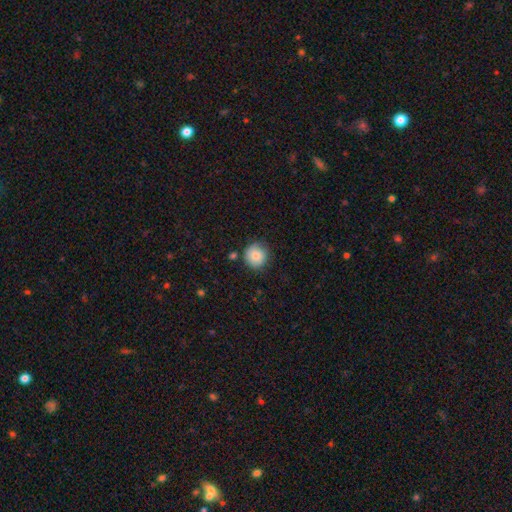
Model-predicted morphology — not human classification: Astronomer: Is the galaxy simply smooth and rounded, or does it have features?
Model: smooth — 85%.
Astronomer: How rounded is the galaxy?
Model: round — 91%.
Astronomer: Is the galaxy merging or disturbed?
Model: none — 79%.